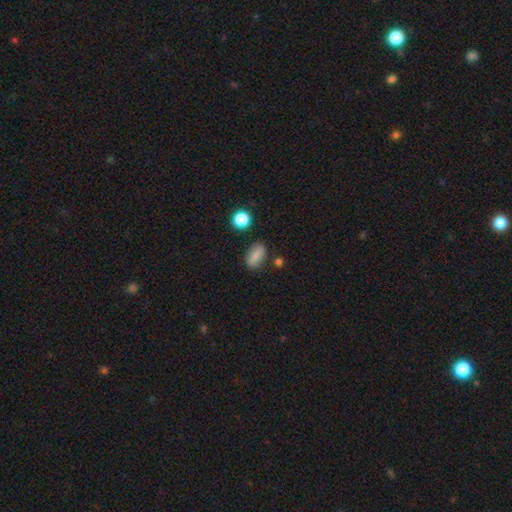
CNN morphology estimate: This is likely a smooth galaxy (74%). How rounded: clearly in between (81%). Merging: clearly none (81%).